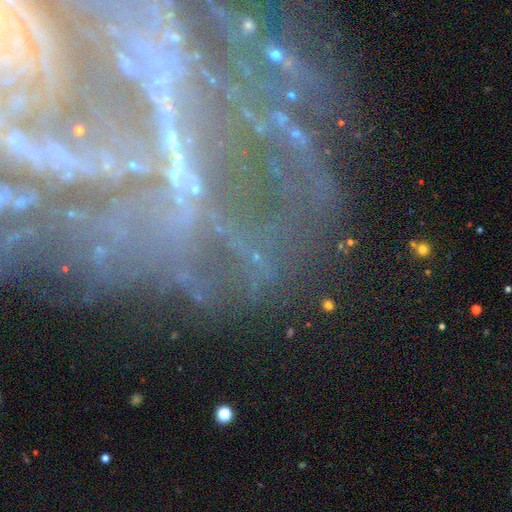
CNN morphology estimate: smooth_or_featured: featured or disk (p=0.58) [alt: star or artifact p=0.31]
disk_edge_on: no (p=0.89) [alt: yes p=0.11]
bar: no (p=0.41) [alt: strong p=0.34]
has_spiral_arms: yes (p=0.58) [alt: no p=0.42]
bulge_size: small (p=0.42) [alt: none p=0.30]
merging: none (p=0.60) [alt: major disturbance p=0.19]